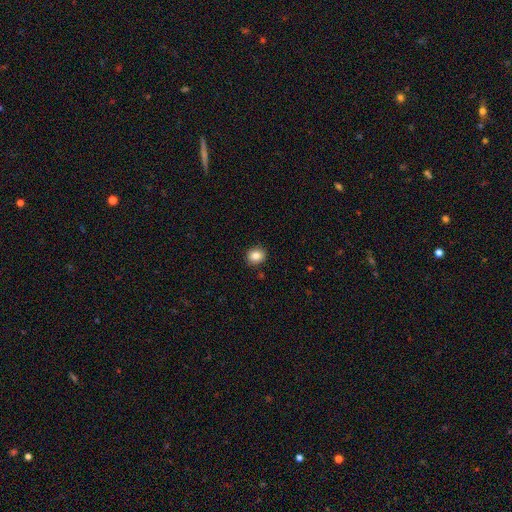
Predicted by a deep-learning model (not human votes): The model was most divided on "how rounded": round: 73%, in between: 26%, cigar-shaped: 1%. More confident: merging — none (90%); smooth or featured — smooth (85%).